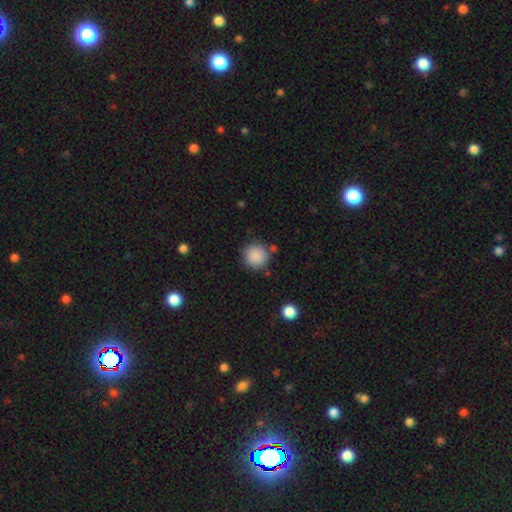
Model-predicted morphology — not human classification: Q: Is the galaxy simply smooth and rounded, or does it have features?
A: smooth — 88%.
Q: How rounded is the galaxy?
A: round — 93%.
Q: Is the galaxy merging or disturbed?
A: none — 83%.